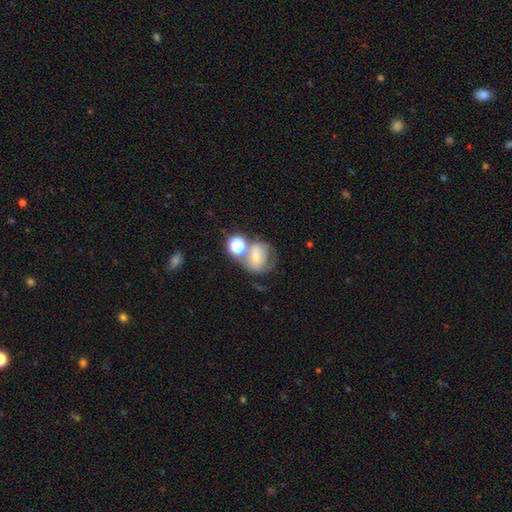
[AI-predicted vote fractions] Morphology: type=smooth (51%); roundness=round (69%); merging=merger (37%).